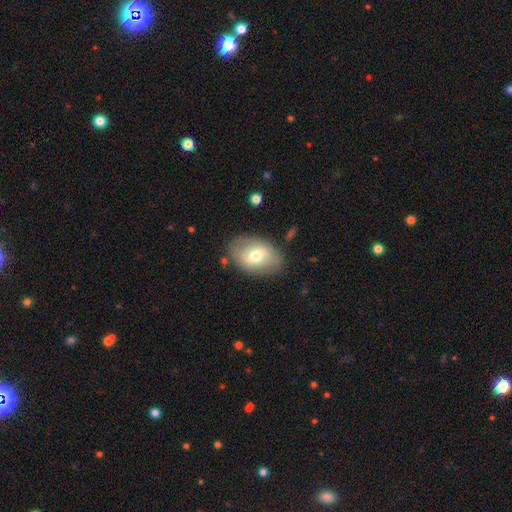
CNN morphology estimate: Smooth or featured: smooth — 57% (featured or disk — 36%)
How rounded: in between — 84% (round — 15%)
Merging: none — 79% (minor disturbance — 14%)